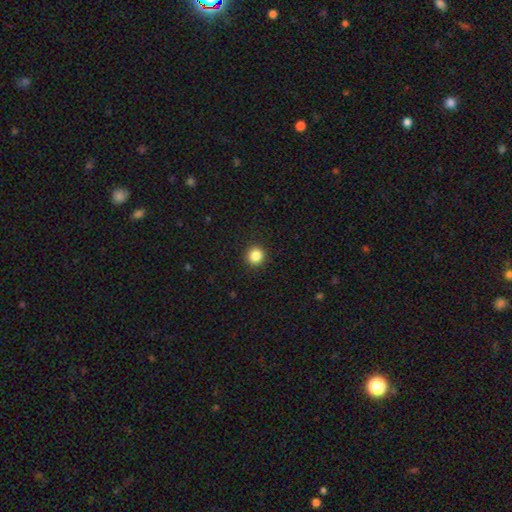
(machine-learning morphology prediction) Smooth or featured? smooth (86%)
How rounded? round (93%)
Merging? none (92%)